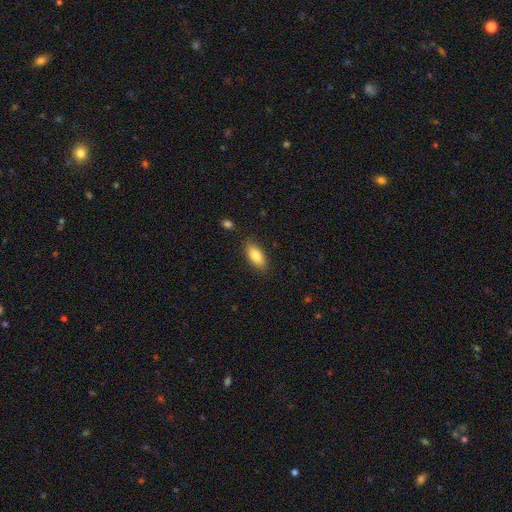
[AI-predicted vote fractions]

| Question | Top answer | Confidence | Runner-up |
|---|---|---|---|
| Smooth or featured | smooth | 81% | featured or disk (12%) |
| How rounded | in between | 83% | cigar-shaped (14%) |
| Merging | none | 84% | minor disturbance (12%) |